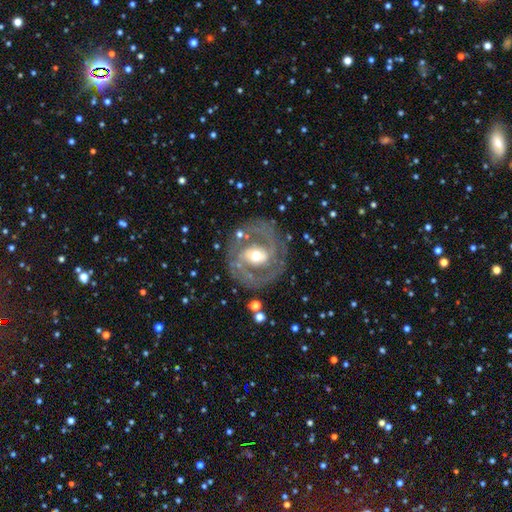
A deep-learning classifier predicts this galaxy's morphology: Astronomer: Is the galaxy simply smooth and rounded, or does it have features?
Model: featured or disk — 77%.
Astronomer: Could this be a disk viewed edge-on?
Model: no — 96%.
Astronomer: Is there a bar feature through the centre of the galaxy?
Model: no — 42% (runner-up: weak, 35%).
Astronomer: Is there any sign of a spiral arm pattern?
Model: yes — 68%.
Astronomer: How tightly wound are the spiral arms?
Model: tight — 43% (runner-up: medium, 40%).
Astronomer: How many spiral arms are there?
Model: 2 — 73%.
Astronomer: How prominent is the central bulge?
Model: moderate — 65%.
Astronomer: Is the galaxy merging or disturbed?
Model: none — 77%.